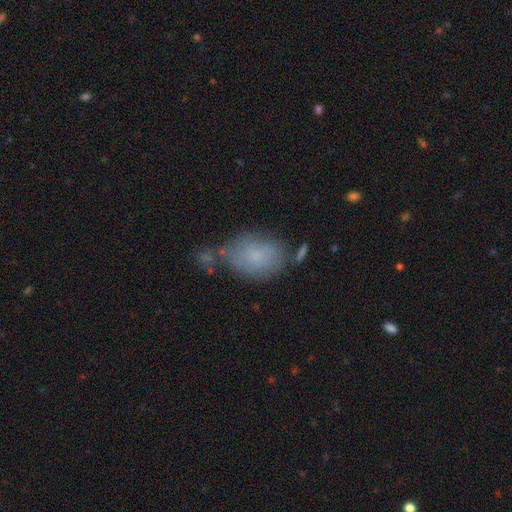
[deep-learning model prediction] This appears to be a smooth galaxy with no disk features (67%) that is in between round and cigar-shaped (76%). Merging: none (44%).